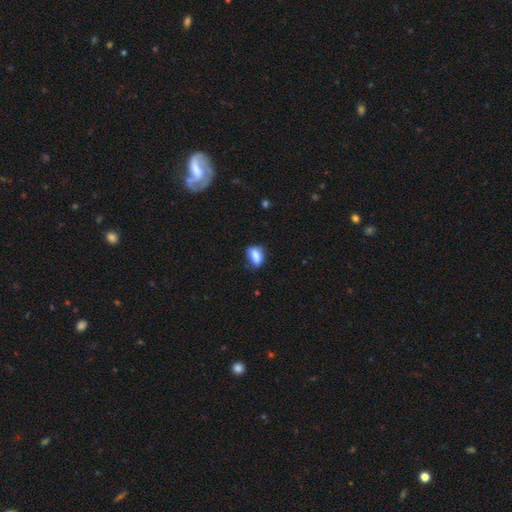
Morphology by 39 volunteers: This is clearly a smooth galaxy (87%). How rounded: clearly in between (82%). Merging: marginally none (45%, tied with minor disturbance).